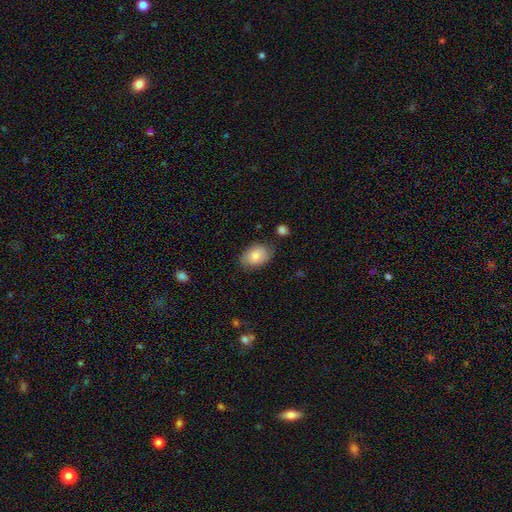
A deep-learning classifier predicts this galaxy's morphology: Overall: smooth (80%). How rounded: in between (85%). Merging: none (77%).